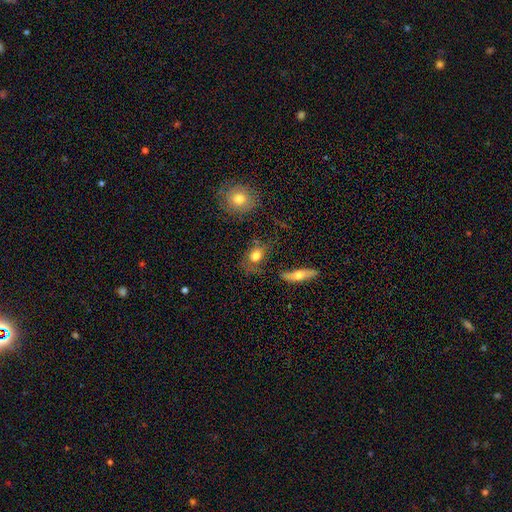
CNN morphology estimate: Smooth or featured?
  - smooth: 72% *
  - featured or disk: 18%
  - star or artifact: 10%
How rounded?
  - in between: 58% *
  - round: 38%
  - cigar-shaped: 4%
Merging?
  - none: 59% *
  - minor disturbance: 21%
  - major disturbance: 12%
  - merger: 8%